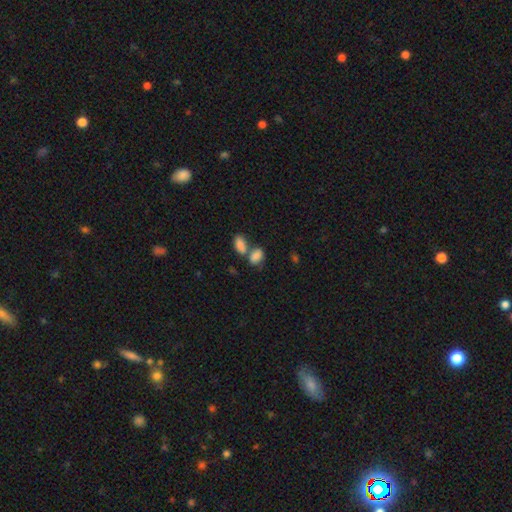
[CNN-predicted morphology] smooth 85%, star or artifact 8%, featured or disk 7%. Down the decision tree: how rounded — in between (89%); merging — merger (53%).